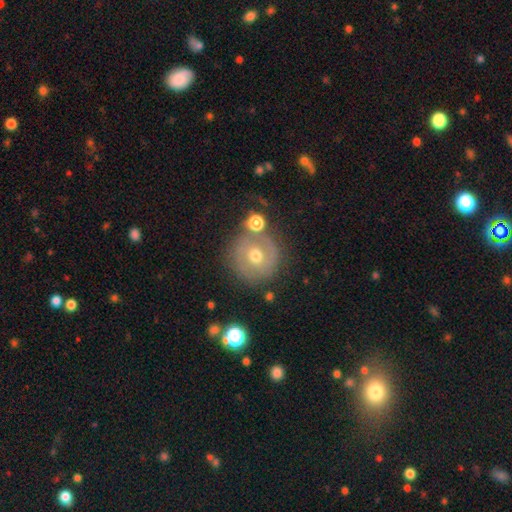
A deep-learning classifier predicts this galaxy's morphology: Q: Smooth or featured?
A: featured or disk (46%); runner-up: smooth (42%)
Q: Merging?
A: none (74%); runner-up: minor disturbance (13%)